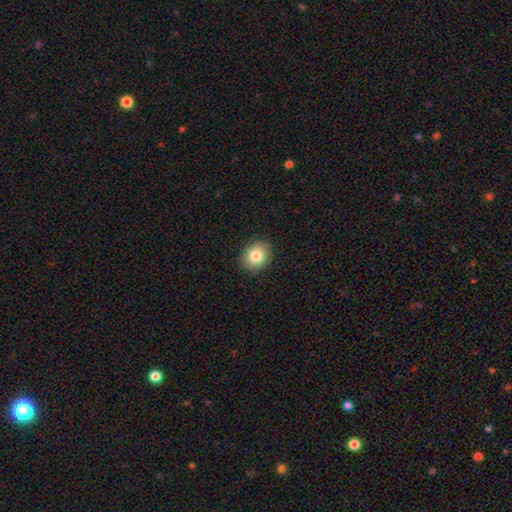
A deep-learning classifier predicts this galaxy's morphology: This is clearly a smooth galaxy (83%). How rounded: possibly round (59%). Merging: clearly none (90%).